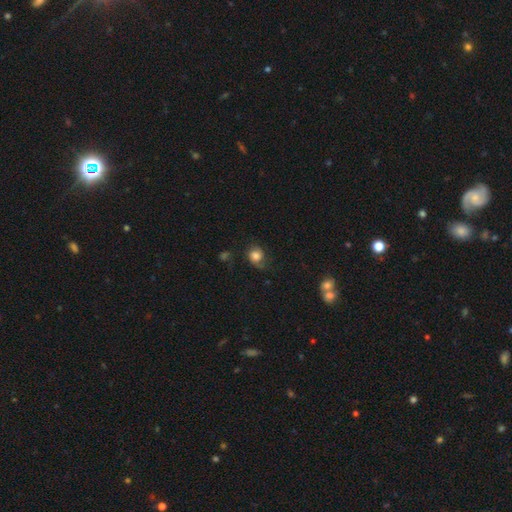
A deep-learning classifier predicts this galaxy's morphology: Smooth or featured: smooth — 75% (featured or disk — 14%)
How rounded: round — 73% (in between — 26%)
Merging: none — 54% (minor disturbance — 28%)